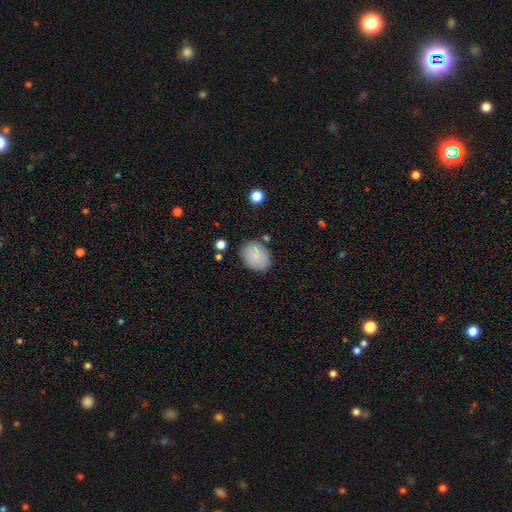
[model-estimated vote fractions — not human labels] This is clearly a smooth galaxy (83%). How rounded: possibly in between (59%). Merging: likely none (78%).